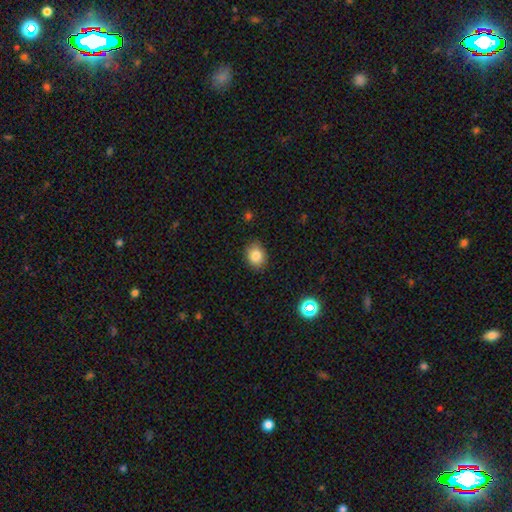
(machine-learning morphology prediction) This is clearly a smooth galaxy (83%). How rounded: possibly round (57%). Merging: clearly none (86%).